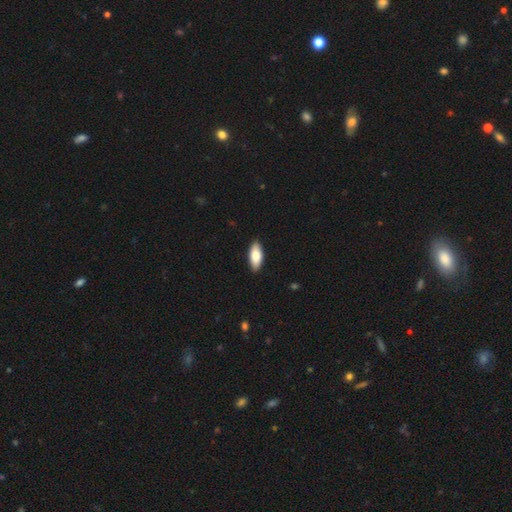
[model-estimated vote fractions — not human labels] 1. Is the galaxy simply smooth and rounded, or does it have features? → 78% smooth, 17% featured or disk, 5% star or artifact.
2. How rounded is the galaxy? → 84% in between, 14% cigar-shaped, 2% round.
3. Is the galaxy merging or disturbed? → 89% none, 8% minor disturbance, 2% major disturbance, 1% merger.